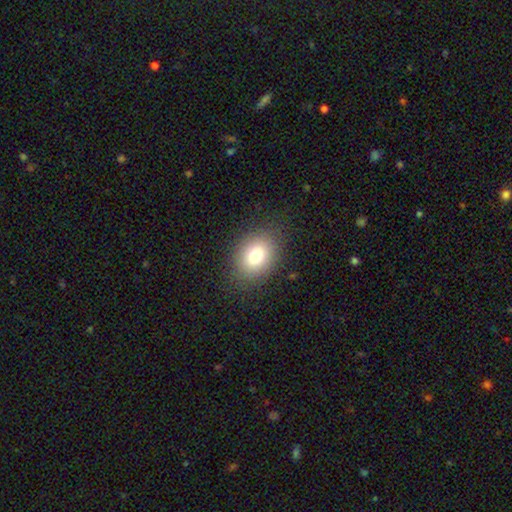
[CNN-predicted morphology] Q: Smooth or featured?
A: smooth (78%); runner-up: star or artifact (11%)
Q: How rounded?
A: in between (65%); runner-up: round (34%)
Q: Merging?
A: none (84%); runner-up: minor disturbance (11%)